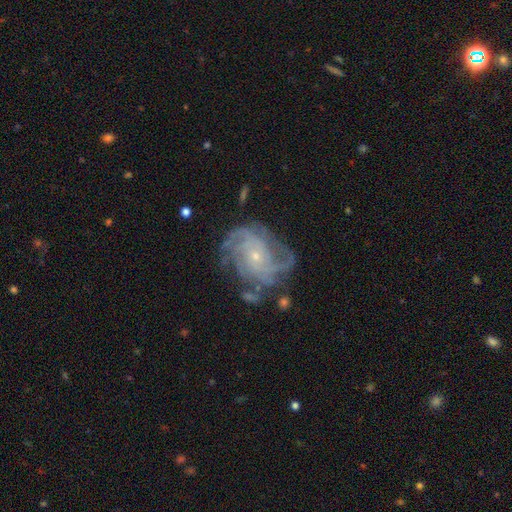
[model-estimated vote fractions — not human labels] Morphology: type=featured or disk (87%); edge-on=no (97%); bar=no (76%); spiral arms=yes (96%); winding=tight (58%); arm count=can't tell (23%, tied with 4); bulge=small (79%); merging=none (67%).